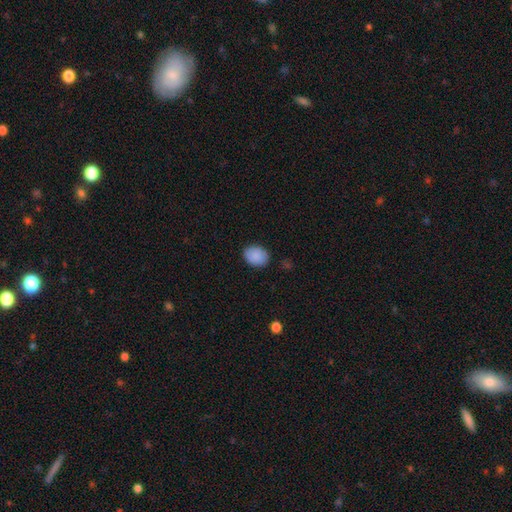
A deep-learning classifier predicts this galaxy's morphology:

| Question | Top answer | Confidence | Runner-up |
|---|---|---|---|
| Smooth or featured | smooth | 88% | star or artifact (7%) |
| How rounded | in between | 62% | round (37%) |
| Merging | none | 86% | minor disturbance (10%) |